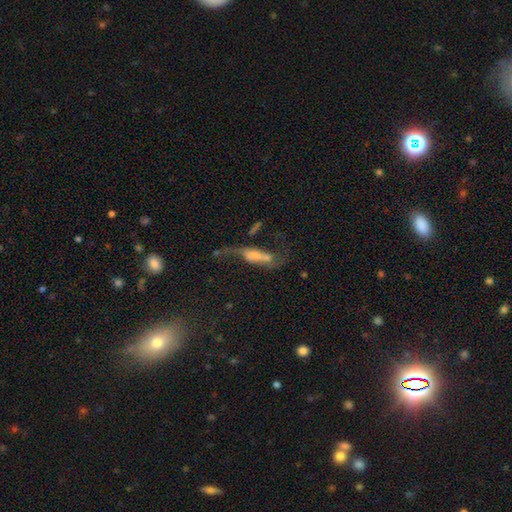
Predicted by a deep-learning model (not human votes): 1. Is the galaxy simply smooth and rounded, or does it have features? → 66% featured or disk, 24% smooth, 10% star or artifact.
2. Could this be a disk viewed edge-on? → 78% no, 22% yes.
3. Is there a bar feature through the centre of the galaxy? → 46% no, 32% weak, 23% strong.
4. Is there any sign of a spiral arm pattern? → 77% yes, 23% no.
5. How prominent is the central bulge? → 41% small, 33% moderate, 15% none, 9% large, 3% dominant.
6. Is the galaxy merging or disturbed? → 34% none, 33% major disturbance, 17% merger, 17% minor disturbance.